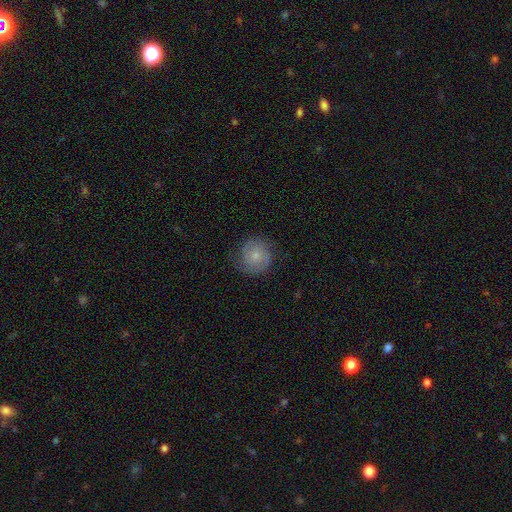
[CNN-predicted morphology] Smooth or featured? Predicted: featured or disk (p=0.46, tied with smooth). Merging? Predicted: none (p=0.76).